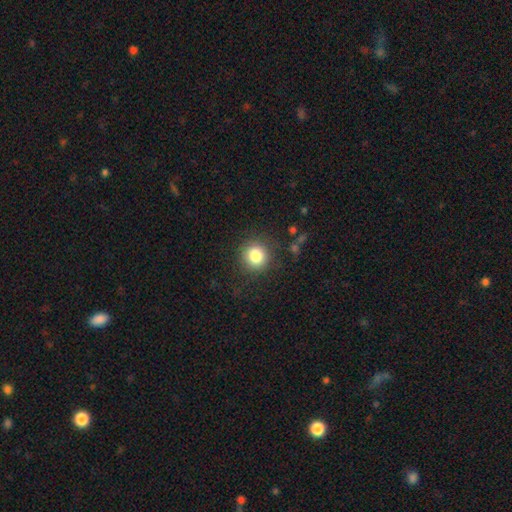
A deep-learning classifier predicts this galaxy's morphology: Smooth or featured? Predicted: smooth (p=0.83). How rounded? Predicted: round (p=0.93). Merging? Predicted: none (p=0.86).